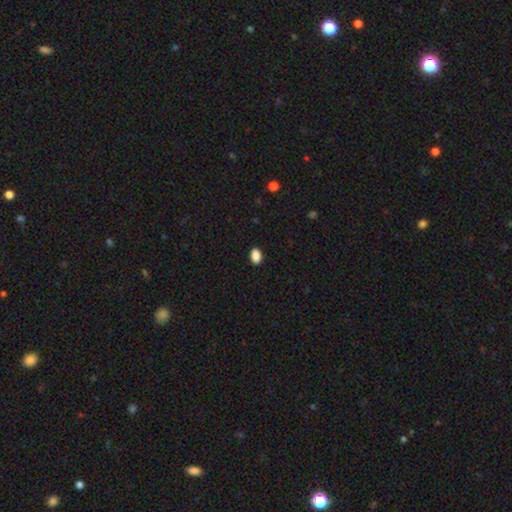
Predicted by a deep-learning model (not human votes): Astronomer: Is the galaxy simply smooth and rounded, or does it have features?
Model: smooth — 89%.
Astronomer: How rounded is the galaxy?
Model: in between — 85%.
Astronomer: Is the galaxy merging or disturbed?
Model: none — 89%.